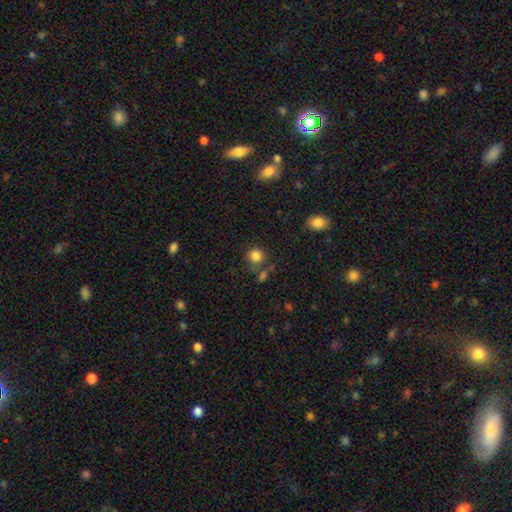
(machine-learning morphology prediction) A smooth galaxy with no disk features (83%) that is round (89%). Merging: none (70%).